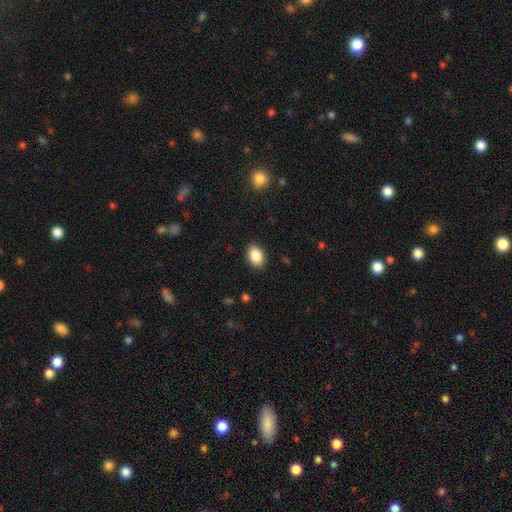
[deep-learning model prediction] A smooth galaxy with no disk features (88%) that is in between round and cigar-shaped (86%).

Vote fractions:
- Smooth or featured? smooth: 88% / star or artifact: 8% / featured or disk: 5%
- How rounded? in between: 86% / round: 13% / cigar-shaped: 1%
- Merging? none: 88% / minor disturbance: 8% / major disturbance: 2% / merger: 1%